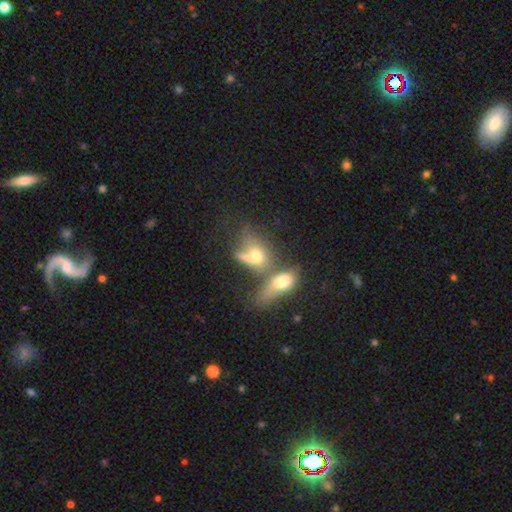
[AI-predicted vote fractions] Smooth or featured: smooth — 57% (featured or disk — 31%)
How rounded: in between — 67% (round — 25%)
Merging: merger — 61% (none — 18%)